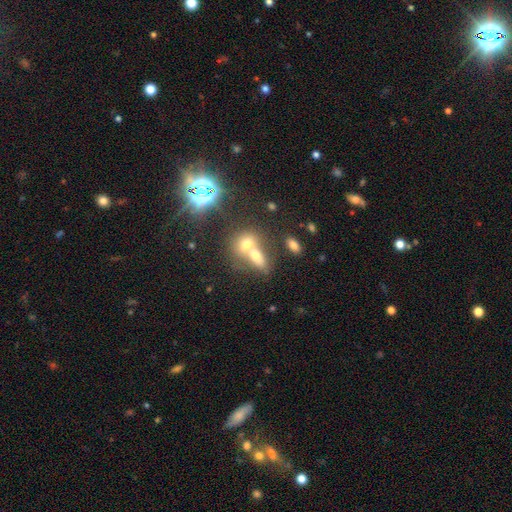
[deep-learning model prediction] Morphology: type=smooth (64%); roundness=in between (64%); merging=merger (66%).